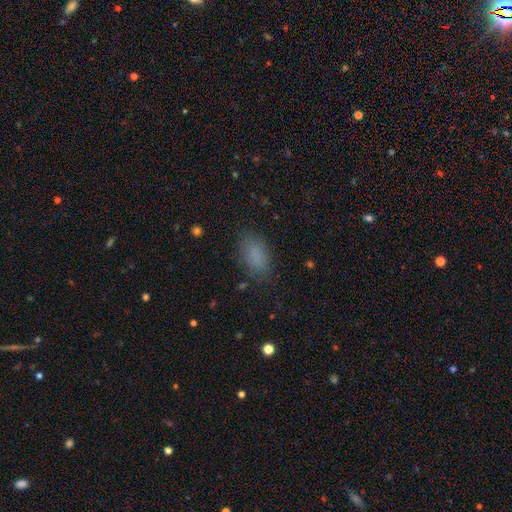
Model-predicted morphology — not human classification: smooth-or-featured: smooth: 84% | star or artifact: 11% | featured or disk: 6%
  how-rounded: in between: 91% | round: 5% | cigar-shaped: 4%
  merging: none: 81% | minor disturbance: 13% | major disturbance: 5% | merger: 1%